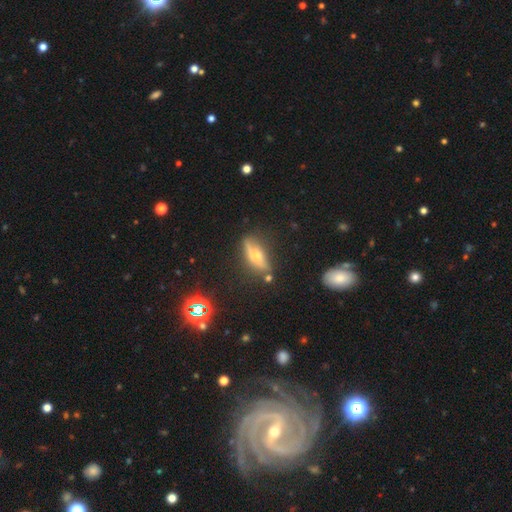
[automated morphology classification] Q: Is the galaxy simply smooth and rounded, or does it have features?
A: featured or disk — 53%.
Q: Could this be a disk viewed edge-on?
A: yes — 59%.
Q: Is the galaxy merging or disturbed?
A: none — 62%.